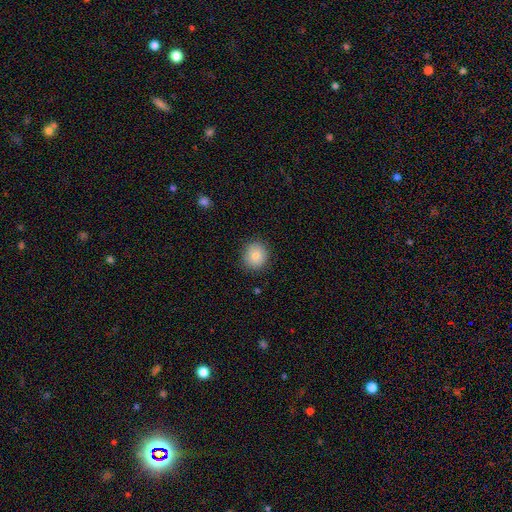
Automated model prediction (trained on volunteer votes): Smooth or featured? smooth (82%)
How rounded? round (86%)
Merging? none (89%)